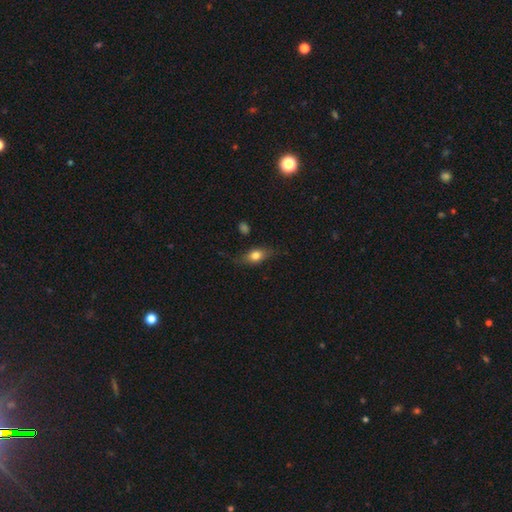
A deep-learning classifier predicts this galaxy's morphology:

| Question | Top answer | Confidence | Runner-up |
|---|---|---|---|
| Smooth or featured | smooth | 71% | featured or disk (21%) |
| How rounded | in between | 73% | round (15%) |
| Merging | none | 69% | minor disturbance (22%) |